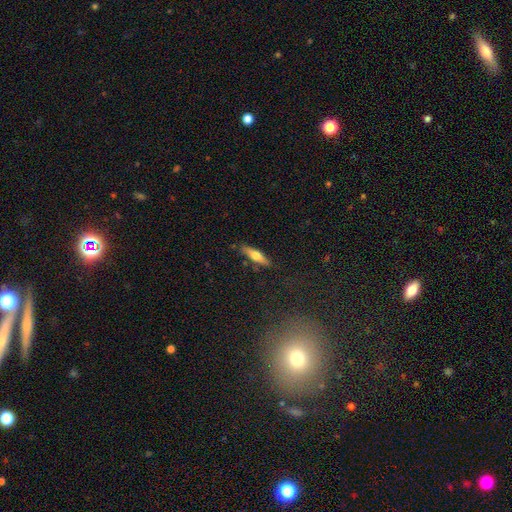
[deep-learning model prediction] Q: Smooth or featured?
A: smooth (51%); runner-up: featured or disk (43%)
Q: How rounded?
A: cigar-shaped (67%); runner-up: in between (31%)
Q: Merging?
A: none (83%); runner-up: minor disturbance (12%)